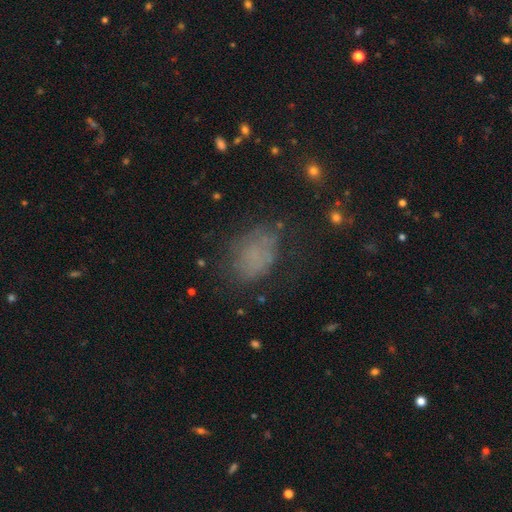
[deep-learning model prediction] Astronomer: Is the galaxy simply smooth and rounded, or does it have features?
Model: smooth — 65%.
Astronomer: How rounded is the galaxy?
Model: in between — 77%.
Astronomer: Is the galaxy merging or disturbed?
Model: none — 60%.